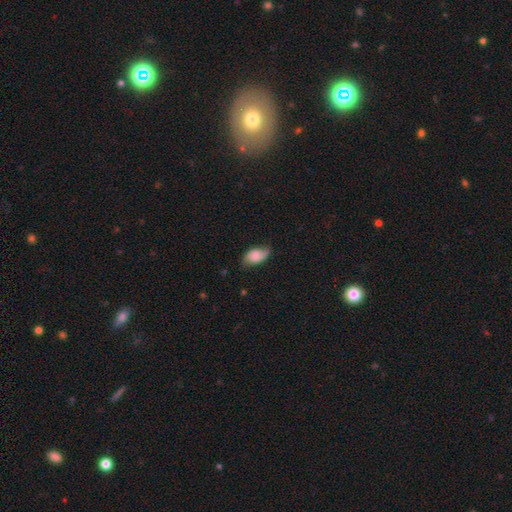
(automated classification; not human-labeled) Smooth or featured? smooth (65%)
How rounded? in between (92%)
Merging? none (62%)